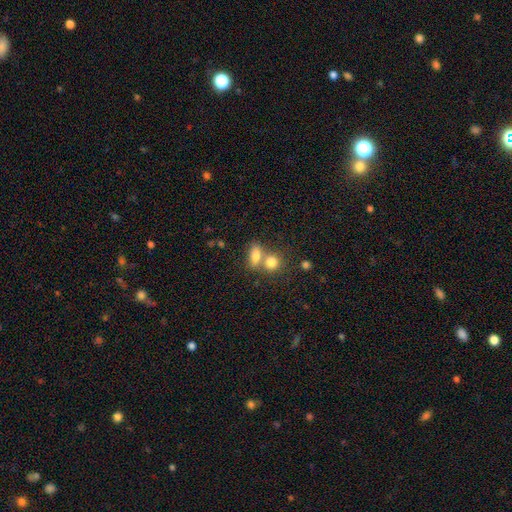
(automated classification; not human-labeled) The model was most divided on "merging": merger: 51%, none: 37%, minor disturbance: 8%, major disturbance: 4%. More confident: smooth or featured — smooth (78%); how rounded — in between (75%).